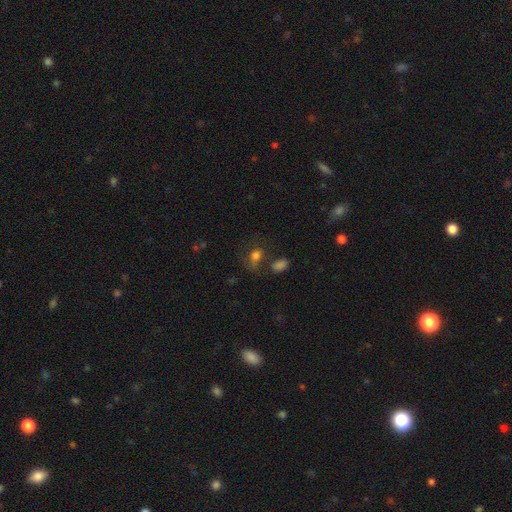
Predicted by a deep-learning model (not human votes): Morphology: type=smooth (72%); roundness=in between (65%); merging=none (45%).